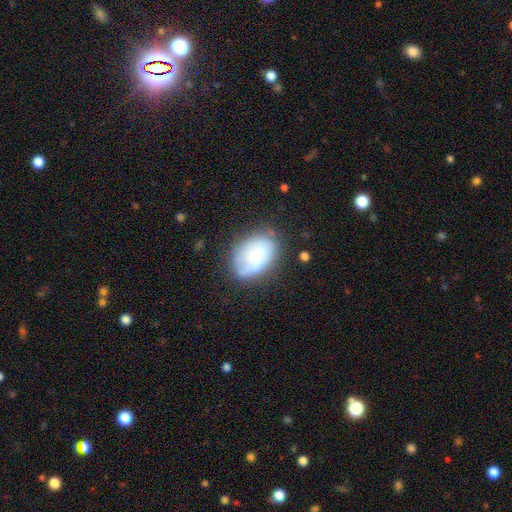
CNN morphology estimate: type=smooth (59%); roundness=in between (77%); merging=none (63%).